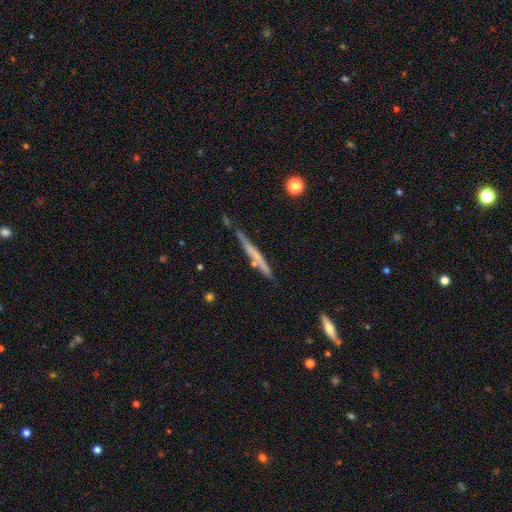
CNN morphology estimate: type=featured or disk (51%); edge-on=yes (95%); merging=none (77%).